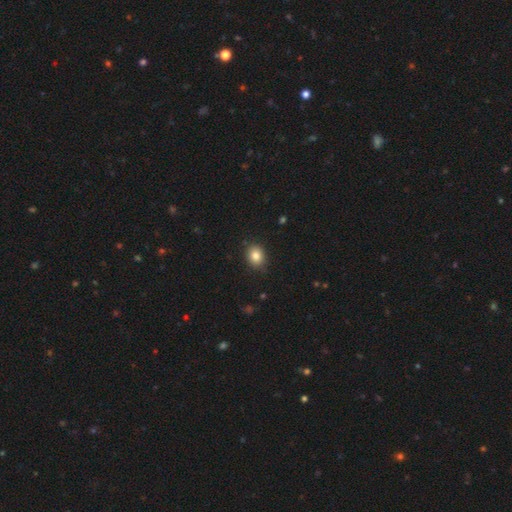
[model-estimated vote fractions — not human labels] Morphology: type=smooth (83%); roundness=round (59%); merging=none (86%).